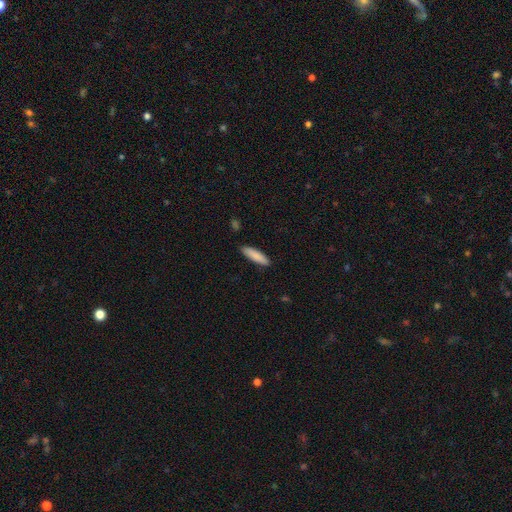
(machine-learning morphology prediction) A smooth galaxy with no disk features (86%) that is cigar-shaped (69%).

Vote fractions:
- Smooth or featured? smooth: 86% / featured or disk: 9% / star or artifact: 5%
- How rounded? cigar-shaped: 69% / in between: 29% / round: 1%
- Merging? none: 88% / minor disturbance: 9% / major disturbance: 2% / merger: 1%